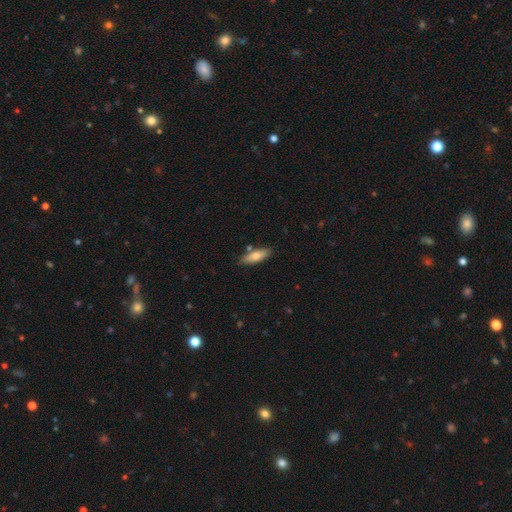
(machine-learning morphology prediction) A smooth galaxy with no disk features (73%) that is in between round and cigar-shaped (55%). Merging: none (81%).